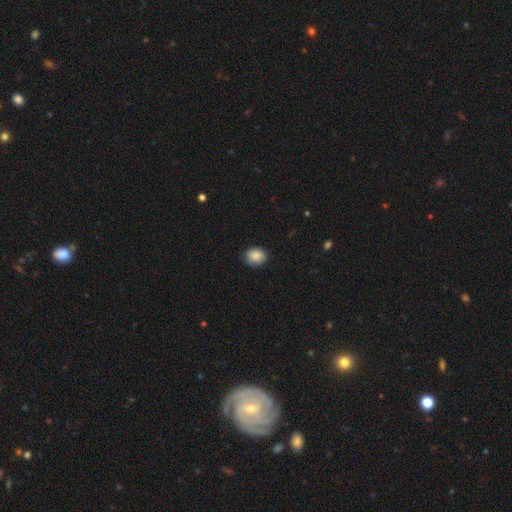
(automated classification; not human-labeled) Smooth or featured: smooth — 88% (star or artifact — 8%)
How rounded: round — 56% (in between — 43%)
Merging: none — 84% (minor disturbance — 12%)